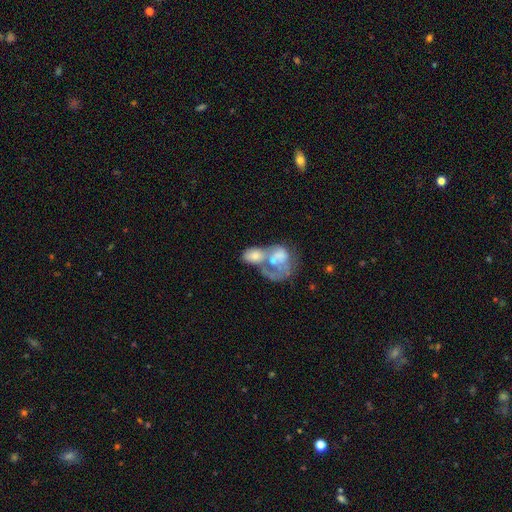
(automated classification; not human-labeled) Q: Smooth or featured?
A: featured or disk (46%); runner-up: smooth (44%)
Q: Merging?
A: merger (66%); runner-up: major disturbance (17%)